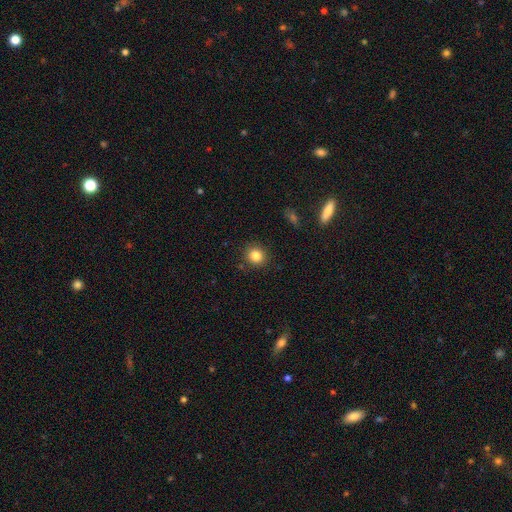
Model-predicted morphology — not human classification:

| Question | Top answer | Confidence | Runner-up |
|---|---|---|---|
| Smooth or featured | smooth | 84% | star or artifact (11%) |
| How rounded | round | 89% | in between (10%) |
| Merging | none | 89% | minor disturbance (7%) |